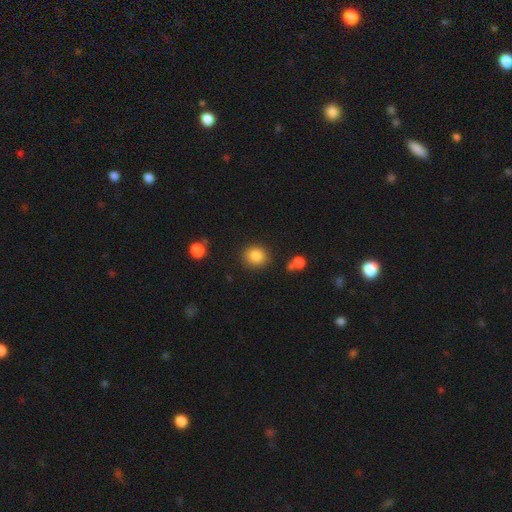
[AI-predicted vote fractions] Smooth or featured? Predicted: smooth (p=0.85). How rounded? Predicted: round (p=0.82). Merging? Predicted: none (p=0.85).